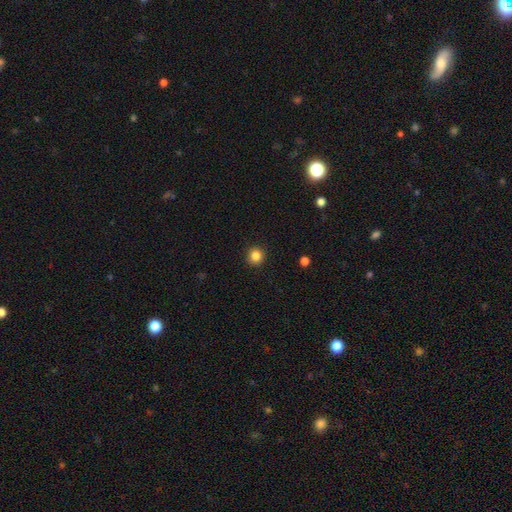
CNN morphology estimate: Overall: smooth (85%). How rounded: round (92%). Merging: none (92%).